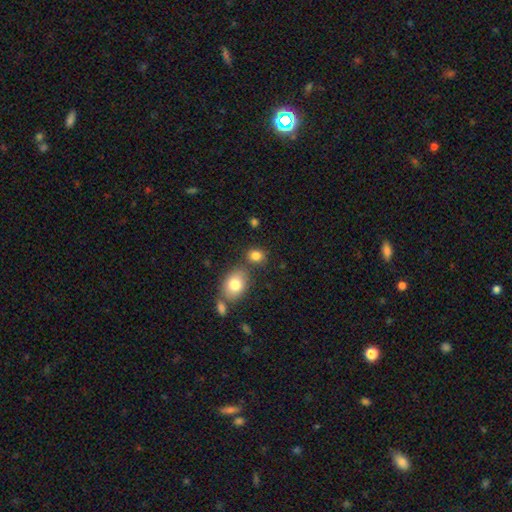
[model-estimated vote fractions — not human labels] smooth-or-featured: smooth: 83% | star or artifact: 10% | featured or disk: 7%
  how-rounded: round: 56% | in between: 43% | cigar-shaped: 1%
  merging: none: 67% | merger: 17% | minor disturbance: 12% | major disturbance: 4%